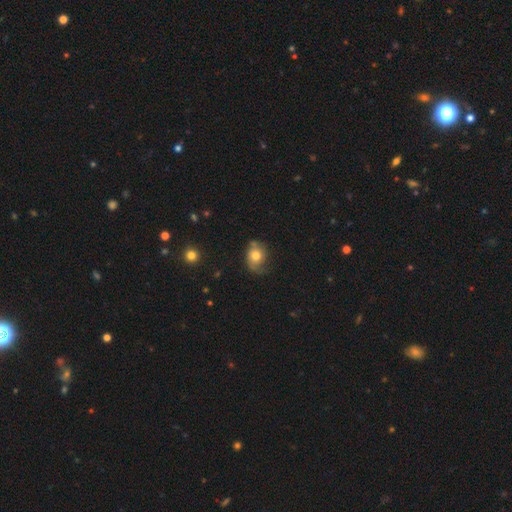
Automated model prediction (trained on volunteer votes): This appears to be a smooth galaxy with no disk features (53%) that is round (52%). Merging: none (51%).